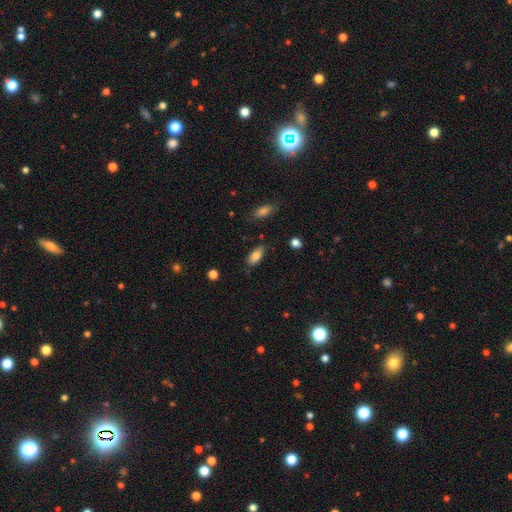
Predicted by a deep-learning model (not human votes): A smooth galaxy with no disk features (82%) that is in between round and cigar-shaped (86%). Merging: none (78%).